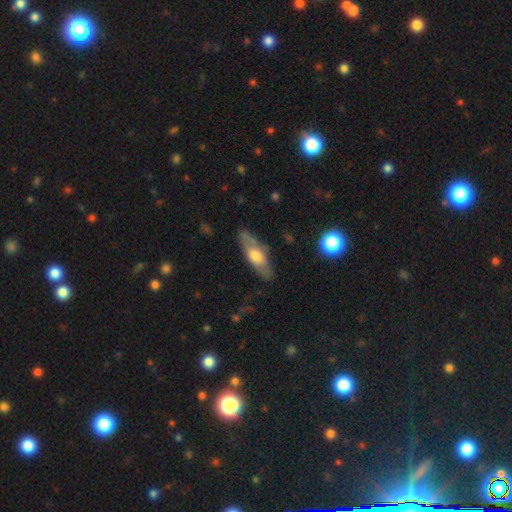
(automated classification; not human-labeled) A smooth galaxy with no disk features (52%) that is in between round and cigar-shaped (56%).

Vote fractions:
- Smooth or featured? smooth: 52% / featured or disk: 41% / star or artifact: 6%
- How rounded? in between: 56% / cigar-shaped: 41% / round: 3%
- Merging? none: 75% / minor disturbance: 18% / major disturbance: 5% / merger: 2%